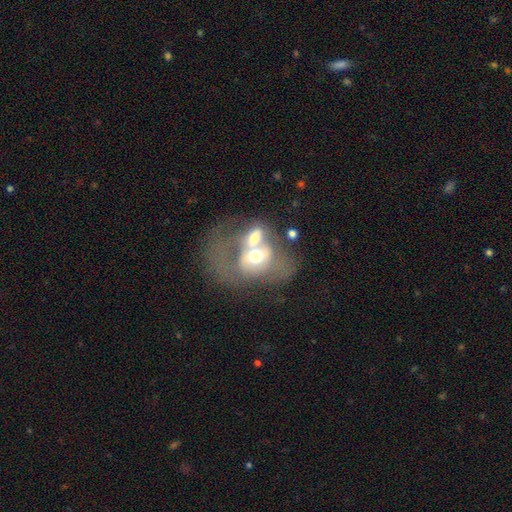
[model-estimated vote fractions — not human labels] Smooth or featured: featured or disk — 49% (smooth — 42%)
Merging: merger — 66% (major disturbance — 17%)